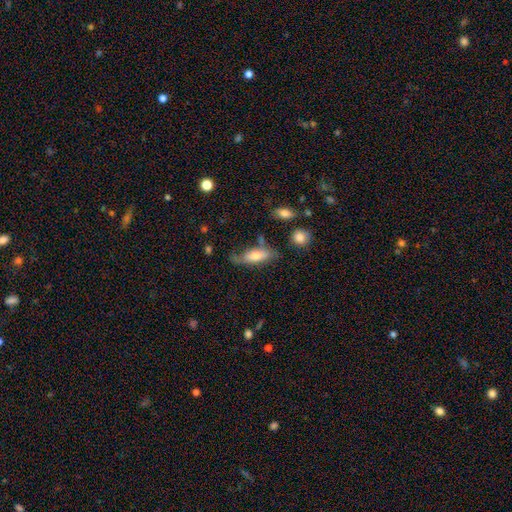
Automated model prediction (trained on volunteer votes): Smooth or featured?
  - smooth: 63% *
  - featured or disk: 30%
  - star or artifact: 7%
How rounded?
  - in between: 62% *
  - cigar-shaped: 35%
  - round: 3%
Merging?
  - none: 56% *
  - minor disturbance: 27%
  - major disturbance: 10%
  - merger: 7%